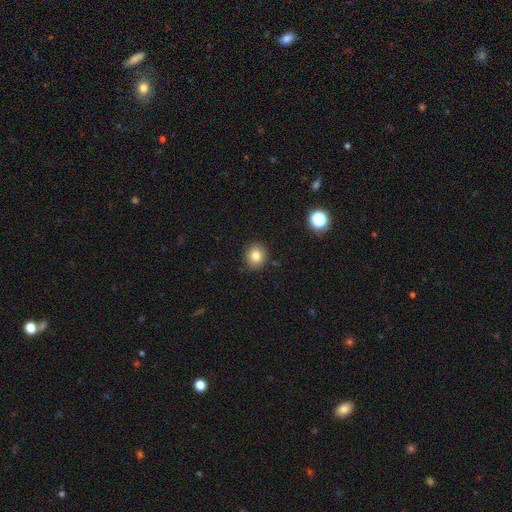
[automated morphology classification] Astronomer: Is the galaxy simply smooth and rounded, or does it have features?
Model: smooth — 82%.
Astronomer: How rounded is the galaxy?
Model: round — 81%.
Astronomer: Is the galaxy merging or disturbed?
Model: none — 89%.